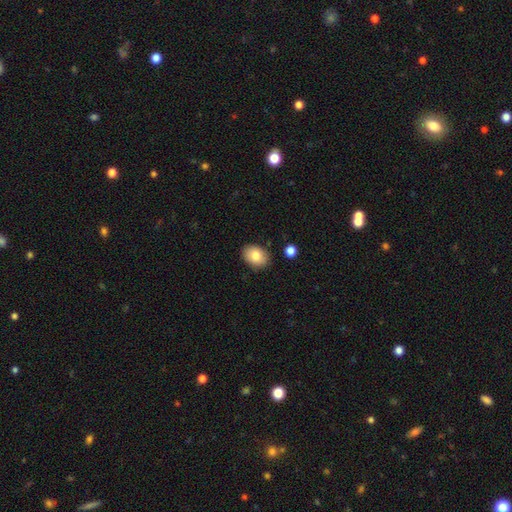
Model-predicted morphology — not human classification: Smooth or featured? Predicted: smooth (p=0.82). How rounded? Predicted: in between (p=0.73). Merging? Predicted: none (p=0.86).